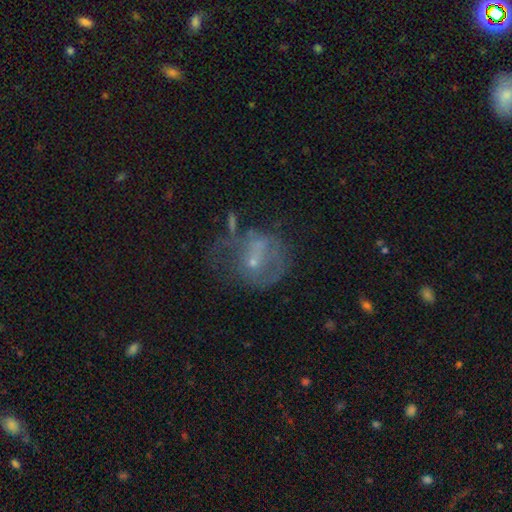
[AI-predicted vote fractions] smooth_or_featured: featured or disk (p=0.56) [alt: smooth p=0.29]
disk_edge_on: no (p=0.97) [alt: yes p=0.03]
bar: no (p=0.59) [alt: weak p=0.31]
has_spiral_arms: no (p=0.58) [alt: yes p=0.42]
bulge_size: small (p=0.68) [alt: moderate p=0.18]
merging: none (p=0.37) [alt: major disturbance p=0.33]